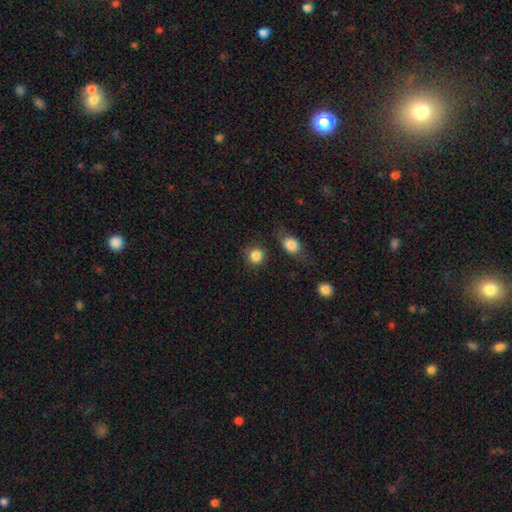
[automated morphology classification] Smooth or featured: smooth — 85% (star or artifact — 10%)
How rounded: round — 88% (in between — 11%)
Merging: none — 74% (minor disturbance — 12%)